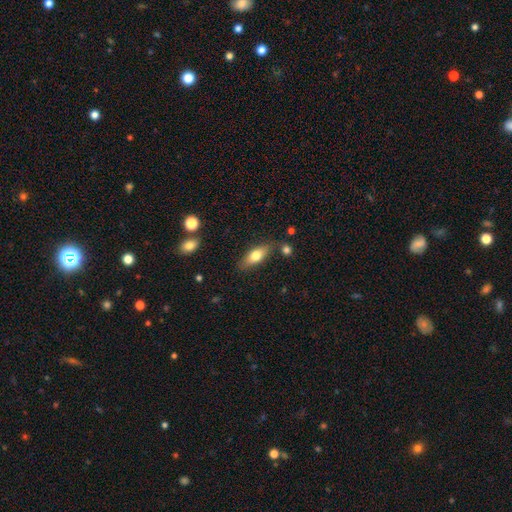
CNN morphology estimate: smooth-or-featured: smooth: 71% | featured or disk: 22% | star or artifact: 7%
  how-rounded: in between: 72% | cigar-shaped: 24% | round: 3%
  merging: none: 78% | minor disturbance: 14% | merger: 4% | major disturbance: 3%